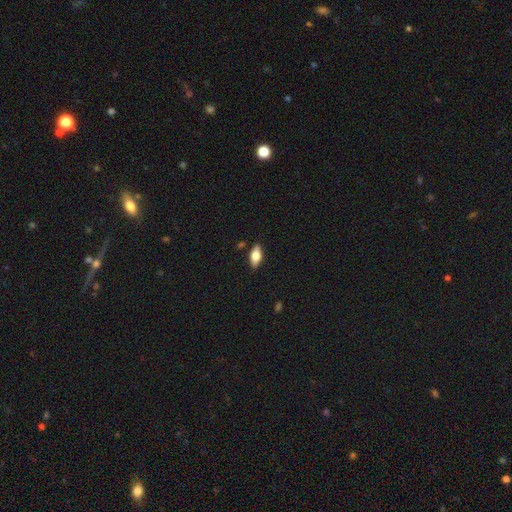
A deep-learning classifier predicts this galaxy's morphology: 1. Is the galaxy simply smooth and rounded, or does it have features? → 65% smooth, 28% featured or disk, 7% star or artifact.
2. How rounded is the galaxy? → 83% in between, 14% cigar-shaped, 3% round.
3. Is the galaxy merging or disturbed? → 87% none, 10% minor disturbance, 2% major disturbance, 1% merger.